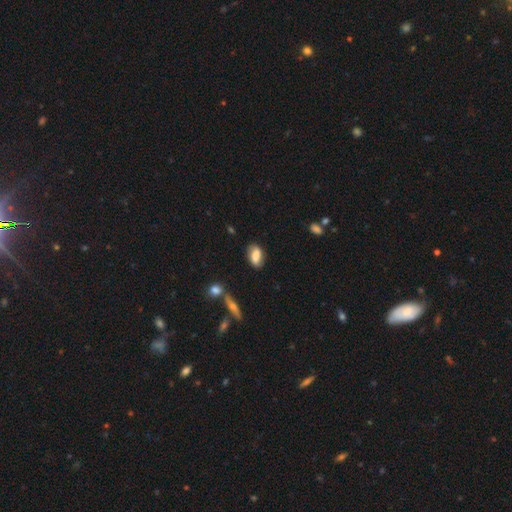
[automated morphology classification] Smooth or featured? Predicted: smooth (p=0.73). How rounded? Predicted: in between (p=0.87). Merging? Predicted: none (p=0.75).